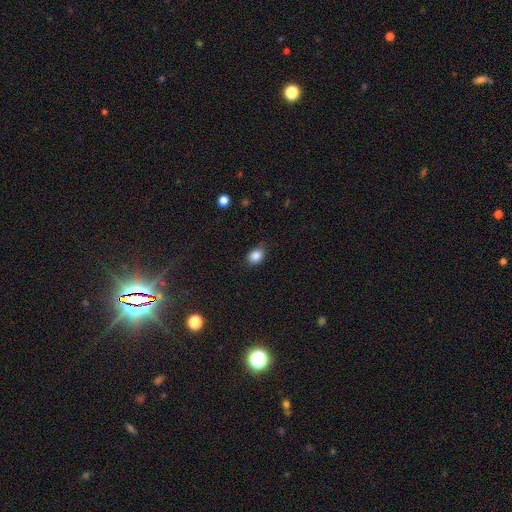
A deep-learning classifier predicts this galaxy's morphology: smooth_or_featured: smooth (p=0.86) [alt: star or artifact p=0.10]
how_rounded: in between (p=0.68) [alt: round p=0.31]
merging: none (p=0.77) [alt: minor disturbance p=0.18]